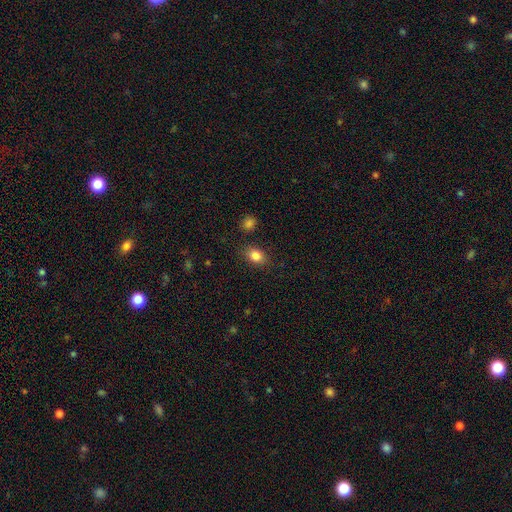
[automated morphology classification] smooth-or-featured: smooth: 84% | star or artifact: 9% | featured or disk: 6%
  how-rounded: in between: 72% | round: 26% | cigar-shaped: 1%
  merging: none: 83% | minor disturbance: 11% | major disturbance: 3% | merger: 3%